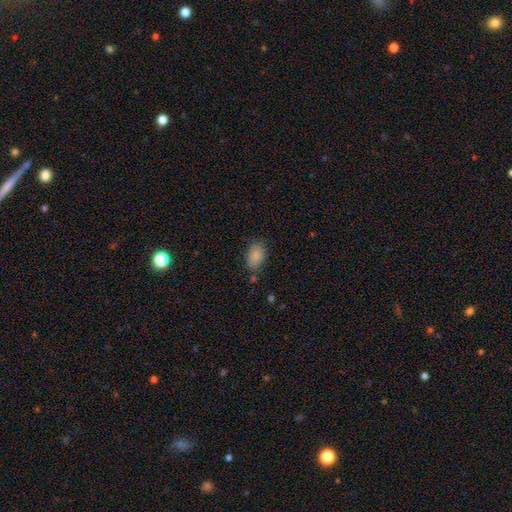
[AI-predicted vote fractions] This is clearly a smooth galaxy (87%). How rounded: clearly in between (89%). Merging: likely none (78%).